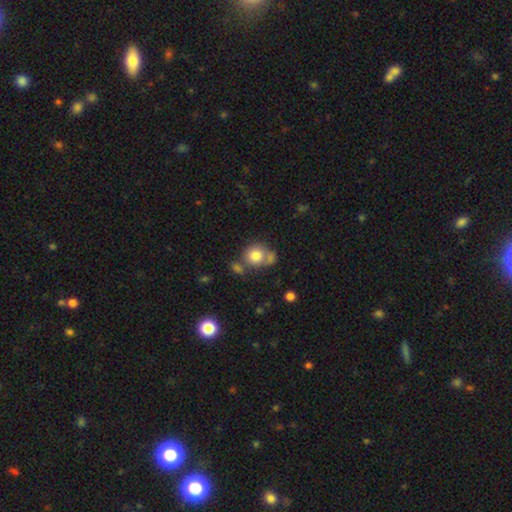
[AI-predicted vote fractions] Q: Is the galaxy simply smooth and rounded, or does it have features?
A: smooth — 80%.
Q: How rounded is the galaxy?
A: round — 81%.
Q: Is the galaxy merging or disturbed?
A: none — 50%.